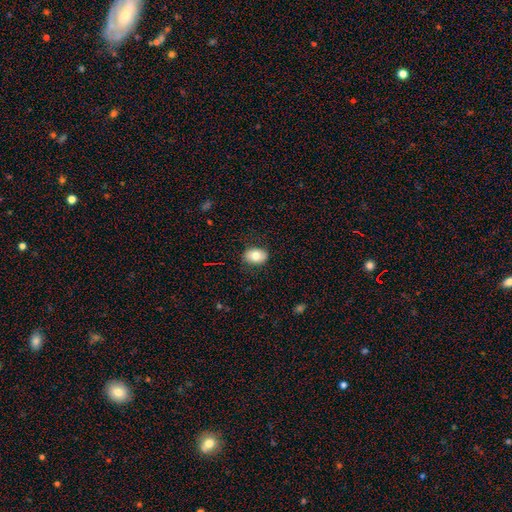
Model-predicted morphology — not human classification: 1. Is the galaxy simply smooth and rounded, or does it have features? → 78% smooth, 14% featured or disk, 8% star or artifact.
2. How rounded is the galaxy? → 76% in between, 22% round, 1% cigar-shaped.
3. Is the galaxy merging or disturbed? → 84% none, 12% minor disturbance, 3% major disturbance, 1% merger.